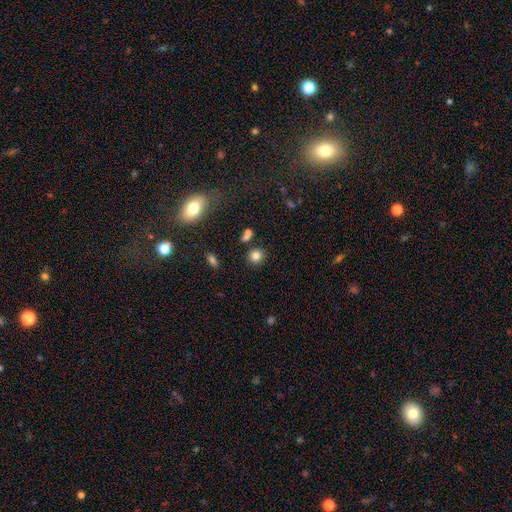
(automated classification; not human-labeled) Overall: smooth (81%). How rounded: round (86%). Merging: none (82%).